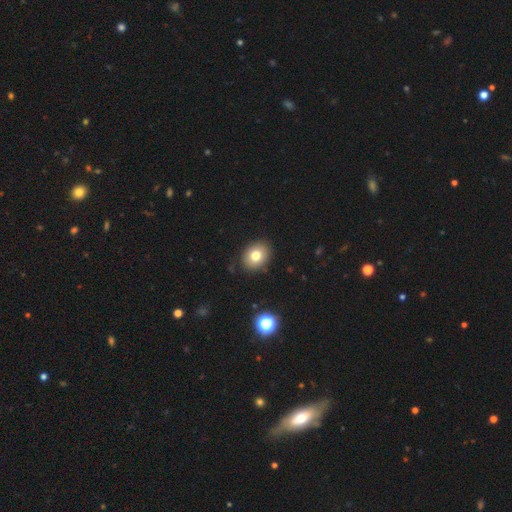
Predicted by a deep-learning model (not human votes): This is likely a smooth galaxy (77%). How rounded: possibly in between (55%). Merging: clearly none (88%).